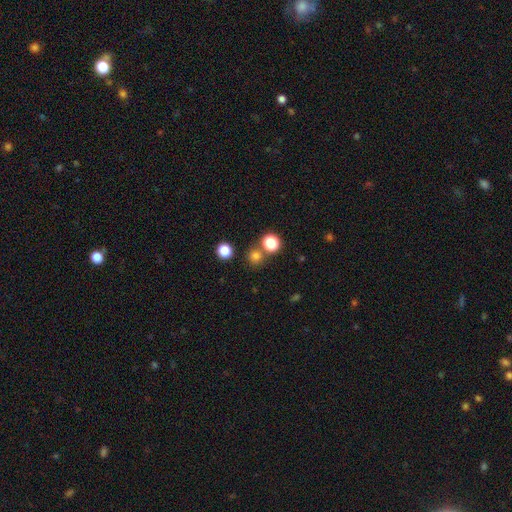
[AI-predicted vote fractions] Smooth or featured? smooth (74%)
How rounded? round (91%)
Merging? none (75%)